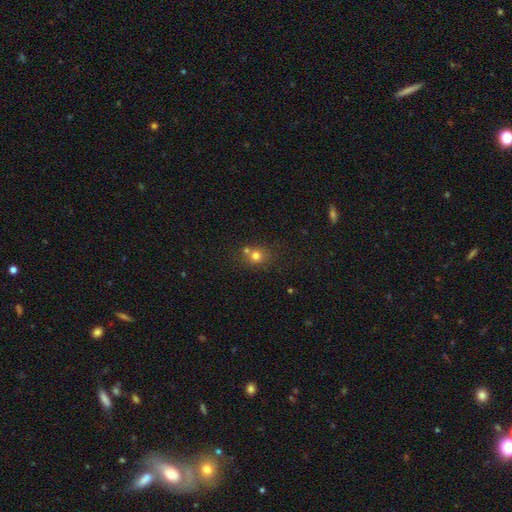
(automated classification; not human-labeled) Smooth or featured: smooth — 74% (star or artifact — 15%)
How rounded: round — 79% (in between — 20%)
Merging: none — 56% (merger — 30%)